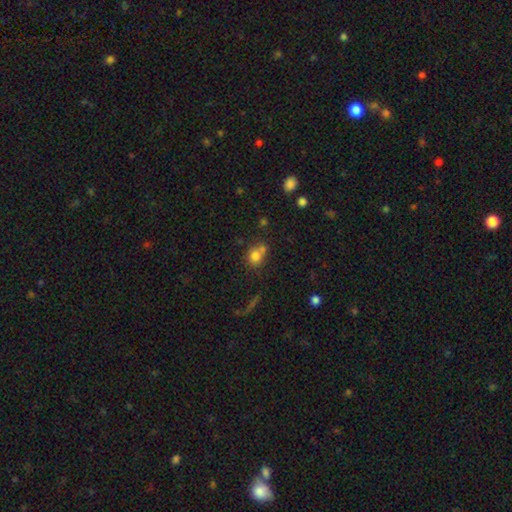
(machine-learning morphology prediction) Smooth or featured: smooth — 76% (star or artifact — 13%)
How rounded: round — 65% (in between — 34%)
Merging: none — 45% (merger — 31%)